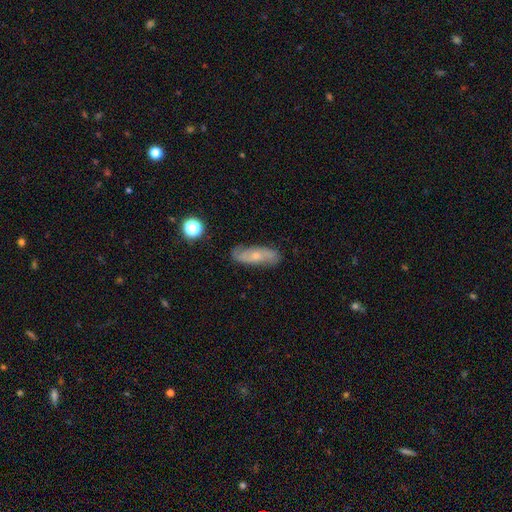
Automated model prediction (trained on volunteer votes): smooth-or-featured: featured or disk: 57% | smooth: 35% | star or artifact: 8%
  disk-edge-on: no: 79% | yes: 21%
  merging: none: 78% | minor disturbance: 16% | major disturbance: 4% | merger: 2%